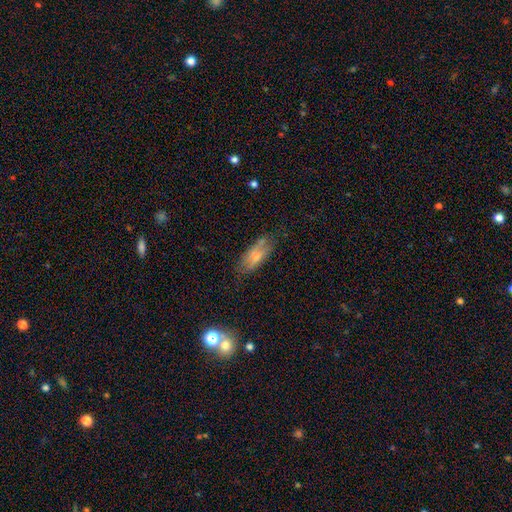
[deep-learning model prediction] Morphology: type=smooth (64%); roundness=in between (77%); merging=none (60%).